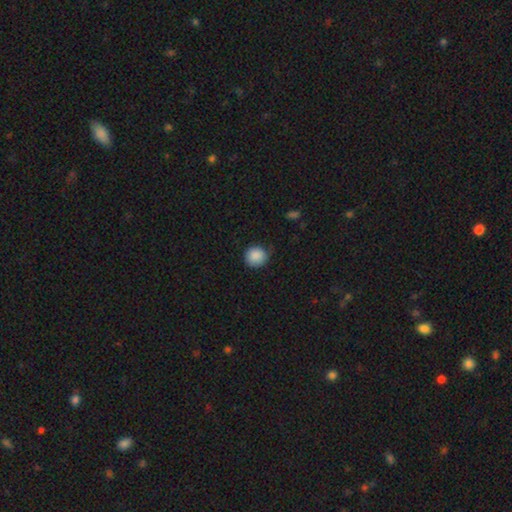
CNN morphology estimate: This is clearly a smooth galaxy (88%). How rounded: clearly round (91%). Merging: likely none (80%).